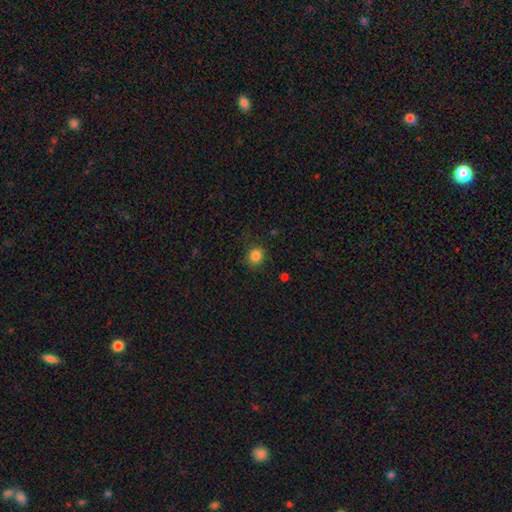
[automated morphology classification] Smooth or featured?
  - smooth: 84% *
  - star or artifact: 12%
  - featured or disk: 5%
How rounded?
  - round: 79% *
  - in between: 20%
  - cigar-shaped: 1%
Merging?
  - none: 82% *
  - minor disturbance: 12%
  - major disturbance: 4%
  - merger: 1%